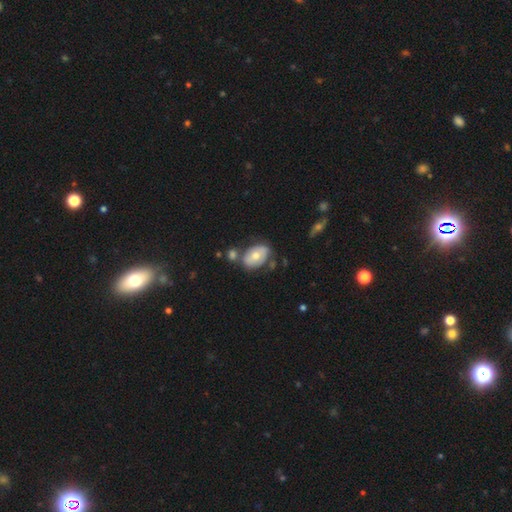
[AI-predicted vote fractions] This appears to be a smooth galaxy with no disk features (59%) that is in between round and cigar-shaped (87%). Merging: none (55%).